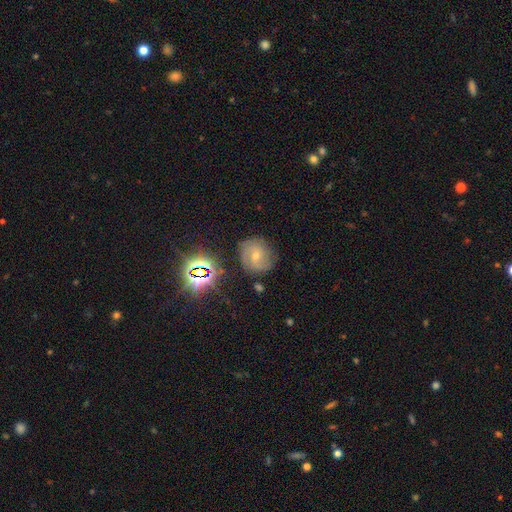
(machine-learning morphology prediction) Overall: featured or disk (57%; smooth 27%). Edge-on disk: no (96%). Bar: no (57%; weak 34%). Spiral arms: yes (86%). Bulge size: small (60%; moderate 37%). Merging: none (75%).